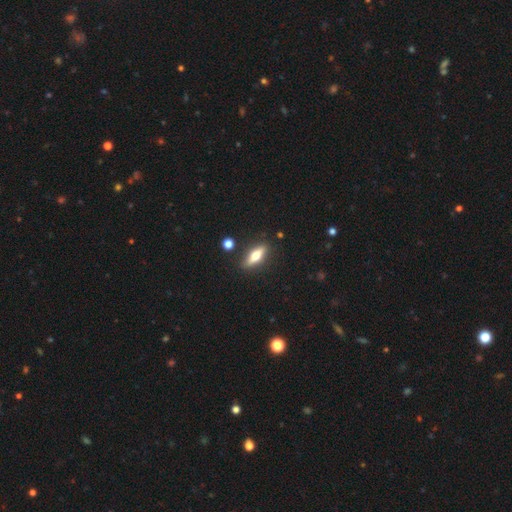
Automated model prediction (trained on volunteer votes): Overall: smooth (55%; featured or disk 39%). How rounded: in between (50%; cigar-shaped 46%). Merging: none (84%).